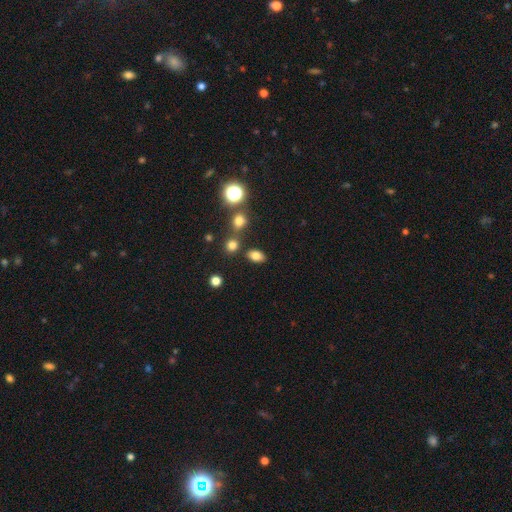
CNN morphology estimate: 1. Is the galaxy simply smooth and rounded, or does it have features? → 79% smooth, 14% star or artifact, 7% featured or disk.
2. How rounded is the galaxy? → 81% in between, 17% round, 2% cigar-shaped.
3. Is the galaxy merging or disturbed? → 78% none, 10% minor disturbance, 8% merger, 3% major disturbance.